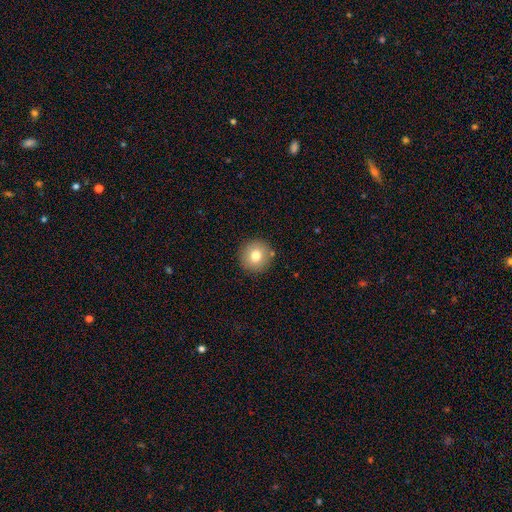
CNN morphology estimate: Smooth or featured? smooth (77%)
How rounded? round (94%)
Merging? none (88%)